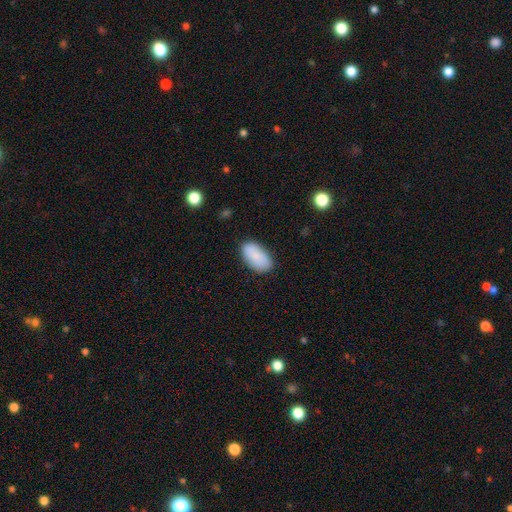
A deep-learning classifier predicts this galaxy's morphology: This is clearly a smooth galaxy (86%). How rounded: clearly in between (94%). Merging: clearly none (81%).